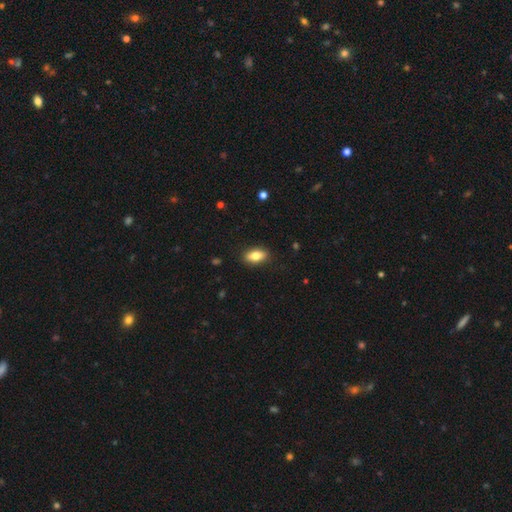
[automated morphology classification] Smooth or featured?
  - smooth: 78% *
  - featured or disk: 15%
  - star or artifact: 7%
How rounded?
  - in between: 86% *
  - cigar-shaped: 9%
  - round: 5%
Merging?
  - none: 88% *
  - minor disturbance: 9%
  - major disturbance: 2%
  - merger: 1%